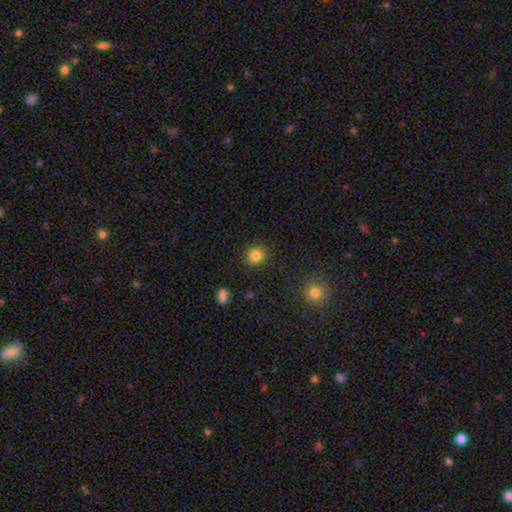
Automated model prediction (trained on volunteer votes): Smooth or featured? Predicted: smooth (p=0.83). How rounded? Predicted: round (p=0.85). Merging? Predicted: none (p=0.87).